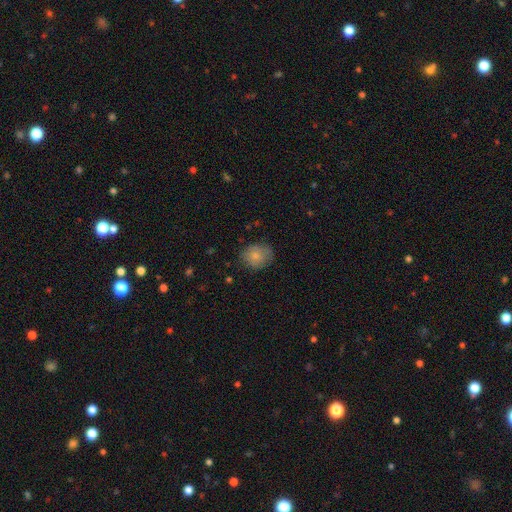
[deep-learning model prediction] Q: Smooth or featured?
A: smooth (80%); runner-up: featured or disk (12%)
Q: How rounded?
A: round (69%); runner-up: in between (30%)
Q: Merging?
A: none (76%); runner-up: minor disturbance (19%)